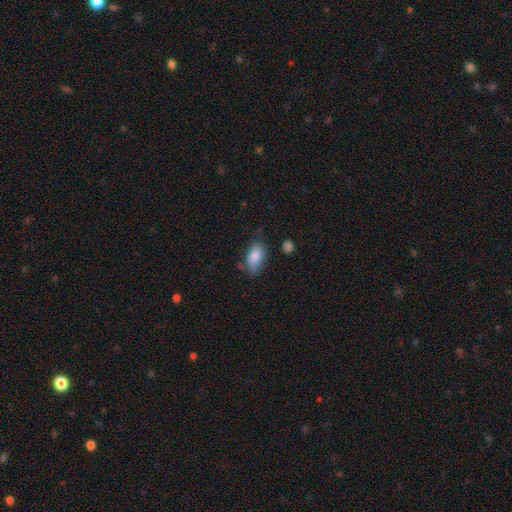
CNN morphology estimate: Smooth or featured: smooth — 84% (featured or disk — 9%)
How rounded: in between — 92% (round — 5%)
Merging: none — 59% (minor disturbance — 29%)